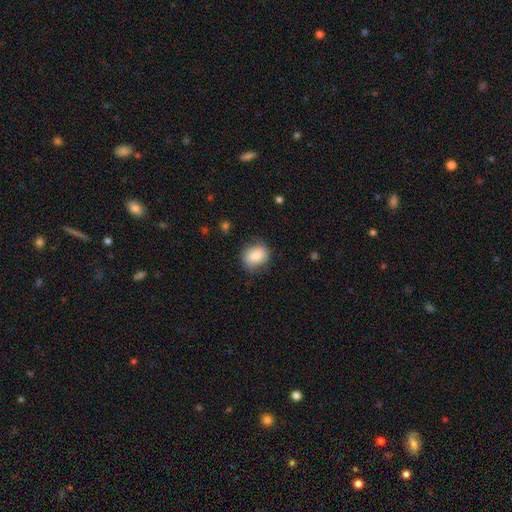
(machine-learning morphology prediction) type=smooth (82%); roundness=round (56%); merging=none (80%).